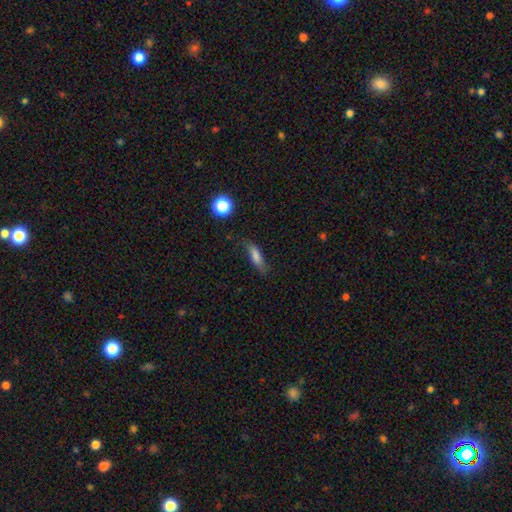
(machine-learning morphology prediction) Overall: smooth (72%). How rounded: cigar-shaped (49%; in between 47%). Merging: none (66%).